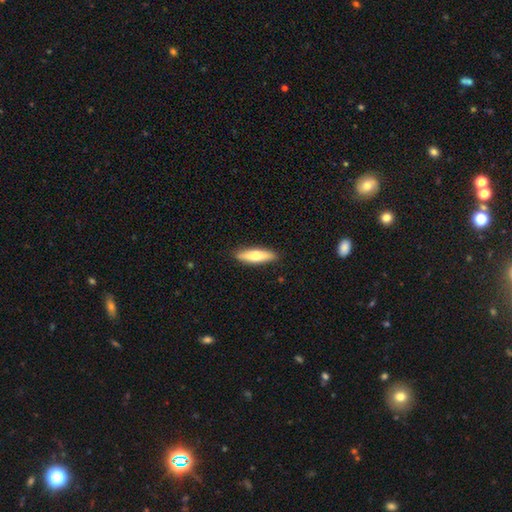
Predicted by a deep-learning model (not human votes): Smooth or featured: smooth — 59% (featured or disk — 36%)
How rounded: cigar-shaped — 70% (in between — 28%)
Merging: none — 90% (minor disturbance — 7%)